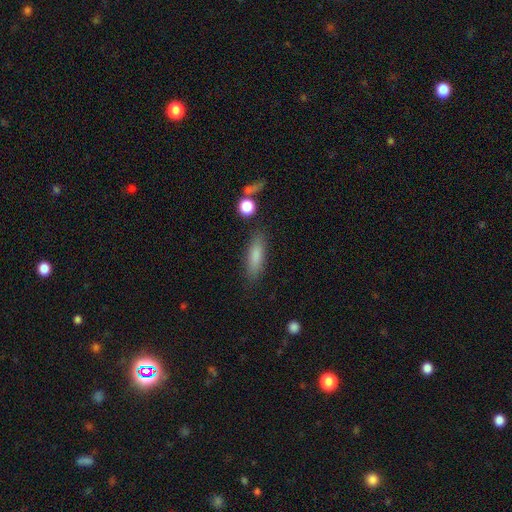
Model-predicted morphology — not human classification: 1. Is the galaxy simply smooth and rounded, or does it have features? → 80% smooth, 12% featured or disk, 8% star or artifact.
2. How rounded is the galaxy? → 57% cigar-shaped, 40% in between, 3% round.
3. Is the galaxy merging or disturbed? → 83% none, 11% minor disturbance, 3% major disturbance, 3% merger.